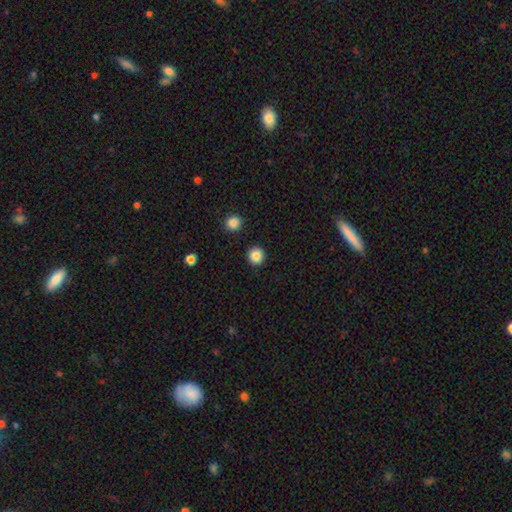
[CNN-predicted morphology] type=smooth (86%); roundness=round (94%); merging=none (92%).